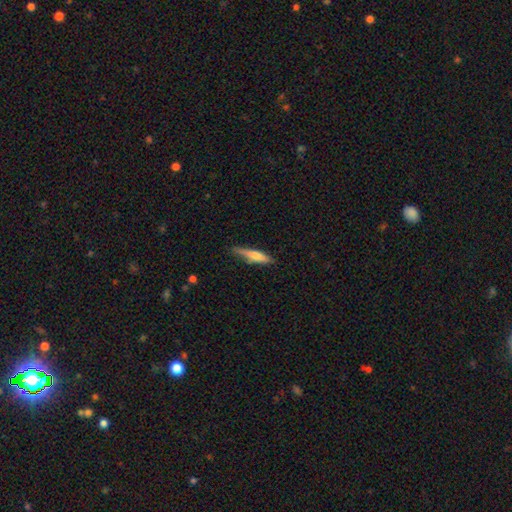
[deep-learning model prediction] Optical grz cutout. It shows a smooth galaxy with no disk features (61%) that is cigar-shaped (83%). Merging: none (71%).